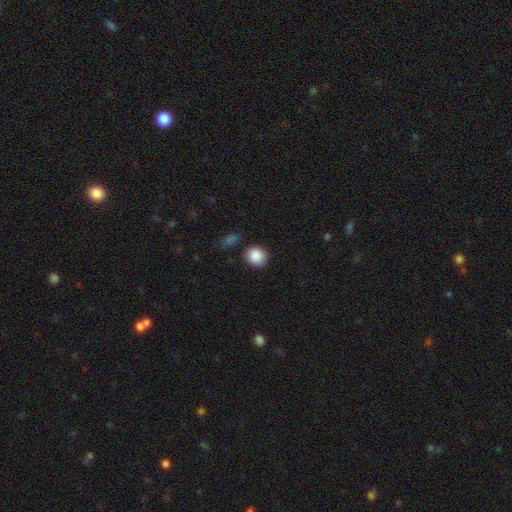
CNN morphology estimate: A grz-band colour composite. It shows a smooth galaxy with no disk features (89%) that is round (83%). Merging: none (83%).